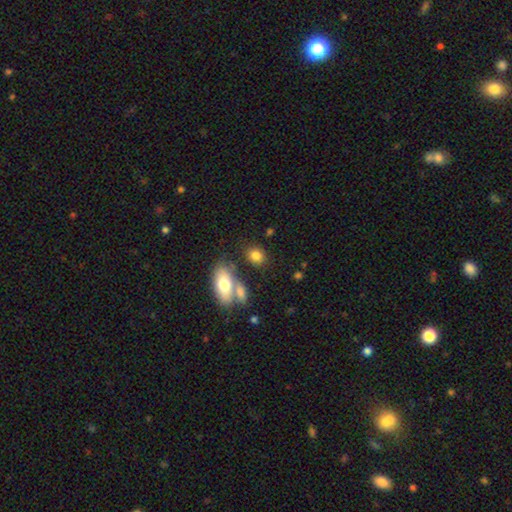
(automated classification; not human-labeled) Overall: smooth (81%). How rounded: in between (56%; round 41%). Merging: none (67%).